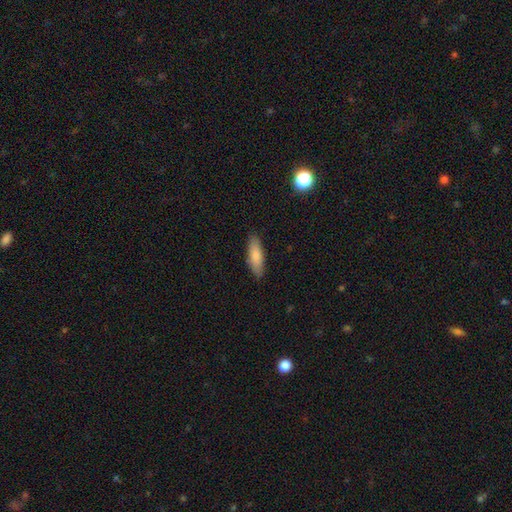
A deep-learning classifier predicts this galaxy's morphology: Q: Smooth or featured?
A: smooth (83%); runner-up: featured or disk (11%)
Q: How rounded?
A: in between (53%); runner-up: cigar-shaped (45%)
Q: Merging?
A: none (86%); runner-up: minor disturbance (11%)